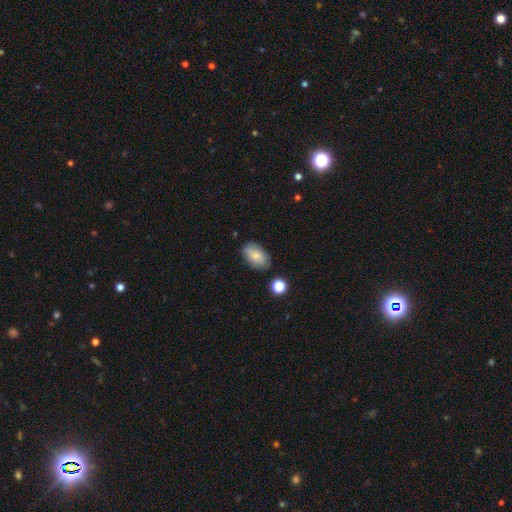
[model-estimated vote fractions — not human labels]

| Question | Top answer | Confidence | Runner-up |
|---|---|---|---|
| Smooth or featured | smooth | 77% | featured or disk (15%) |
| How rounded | in between | 91% | round (8%) |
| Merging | none | 80% | minor disturbance (14%) |